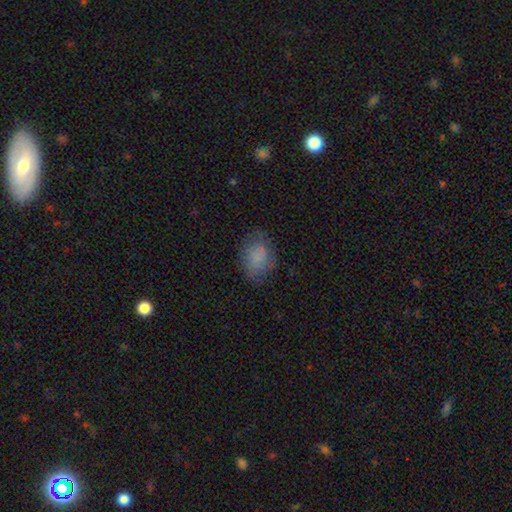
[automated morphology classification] This is likely a smooth galaxy (74%). How rounded: likely in between (71%). Merging: likely none (72%).